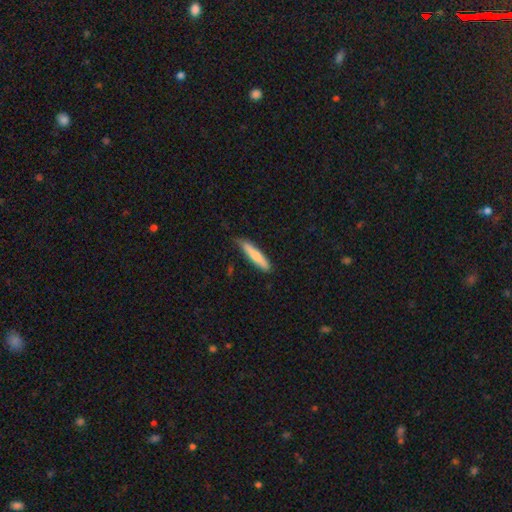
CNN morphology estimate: type=smooth (76%); roundness=cigar-shaped (88%); merging=none (74%).